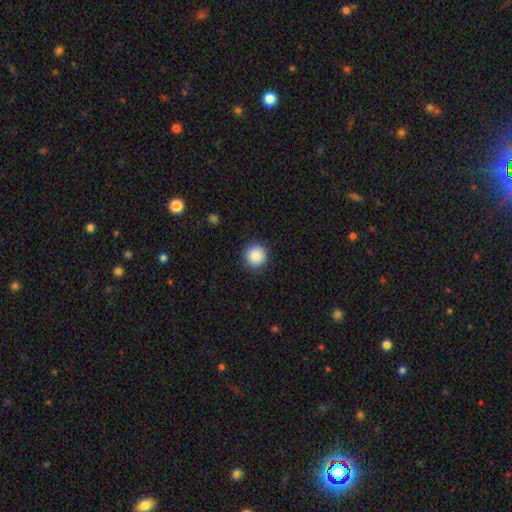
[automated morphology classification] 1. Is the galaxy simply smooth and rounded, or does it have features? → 89% smooth, 8% star or artifact, 3% featured or disk.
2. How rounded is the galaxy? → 95% round, 4% in between, 1% cigar-shaped.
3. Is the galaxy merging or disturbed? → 91% none, 6% minor disturbance, 2% major disturbance, 1% merger.